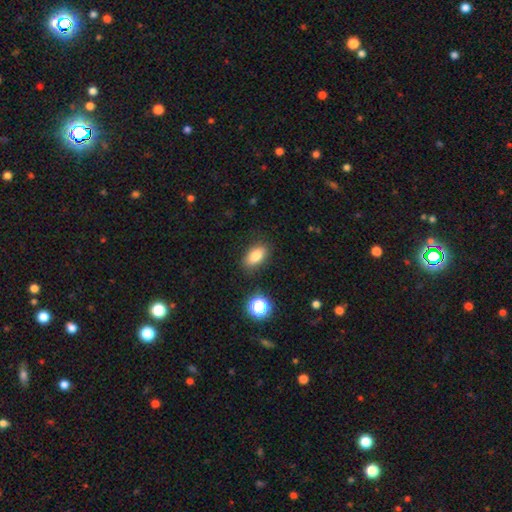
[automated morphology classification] type=smooth (81%); roundness=in between (87%); merging=none (86%).